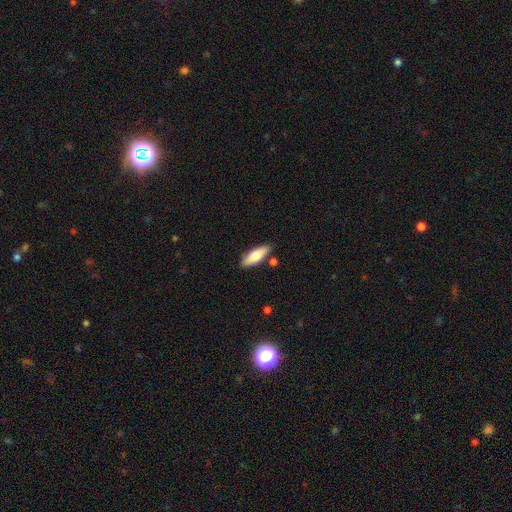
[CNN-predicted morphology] Smooth or featured?
  - smooth: 72% *
  - featured or disk: 23%
  - star or artifact: 6%
How rounded?
  - in between: 63% *
  - cigar-shaped: 34%
  - round: 2%
Merging?
  - none: 82% *
  - minor disturbance: 11%
  - merger: 5%
  - major disturbance: 2%